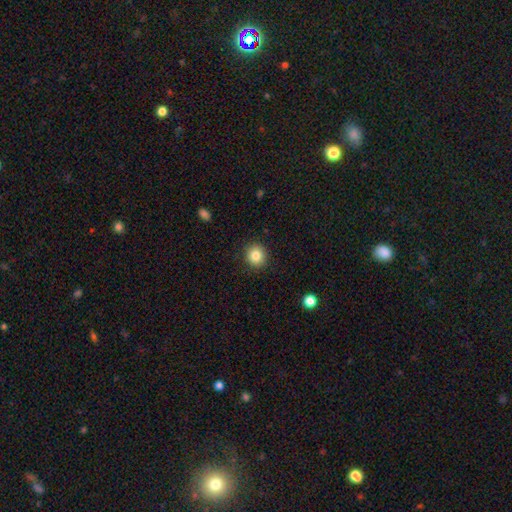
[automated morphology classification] A smooth galaxy with no disk features (84%) that is round (88%). Merging: none (91%).